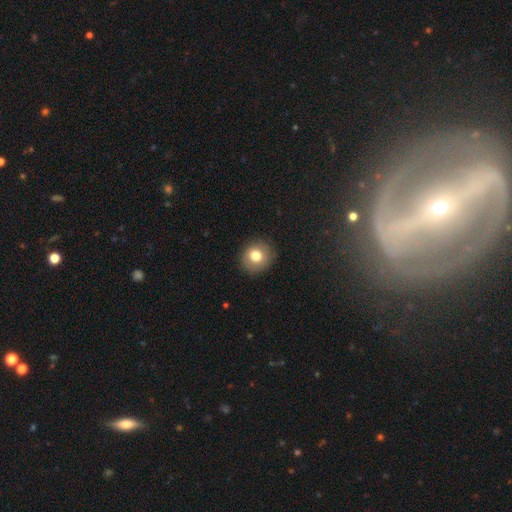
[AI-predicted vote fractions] A smooth galaxy with no disk features (79%) that is round (82%). Merging: none (88%).